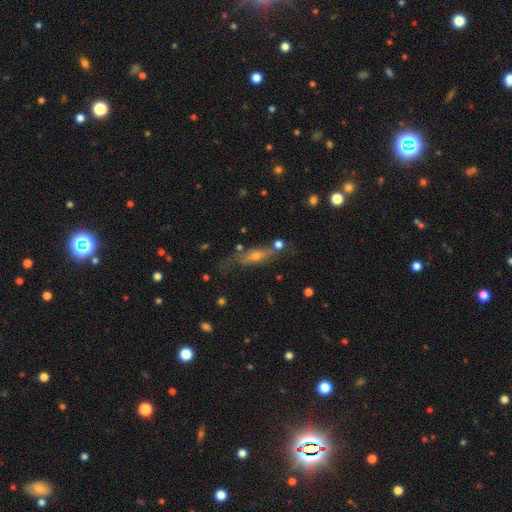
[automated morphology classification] smooth-or-featured: featured or disk: 52% | smooth: 37% | star or artifact: 11%
  disk-edge-on: yes: 60% | no: 40%
  merging: none: 55% | minor disturbance: 22% | major disturbance: 12% | merger: 10%